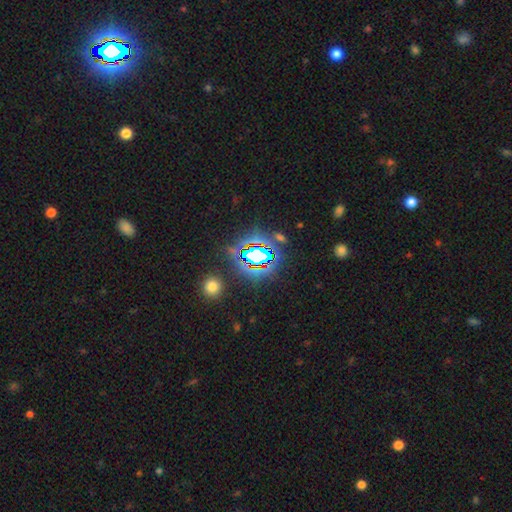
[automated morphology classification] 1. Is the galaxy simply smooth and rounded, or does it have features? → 72% star or artifact, 17% smooth, 11% featured or disk.